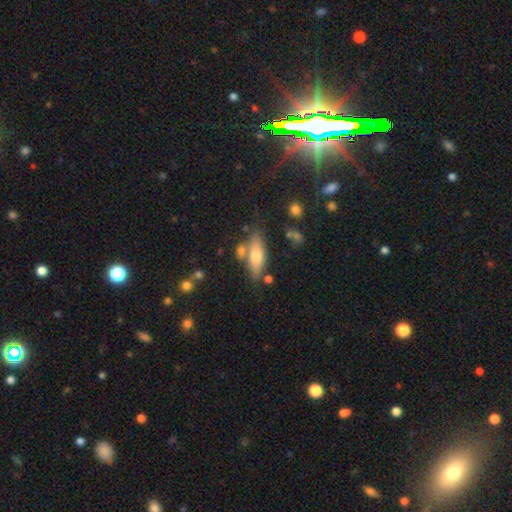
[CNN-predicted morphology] Smooth or featured? smooth (59%)
How rounded? in between (55%)
Merging? none (68%)